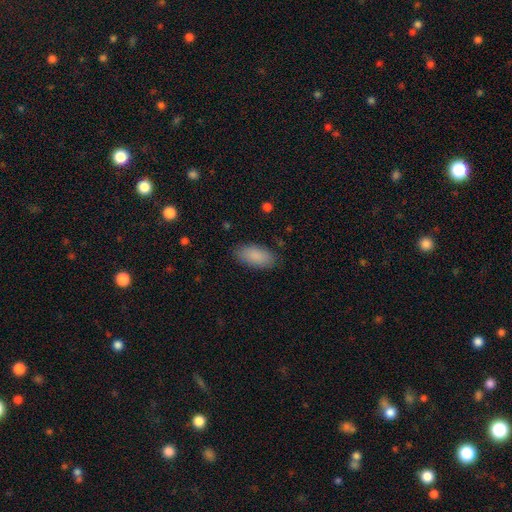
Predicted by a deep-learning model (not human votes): This appears to be a smooth galaxy with no disk features (89%) that is in between round and cigar-shaped (92%). Merging: none (85%).